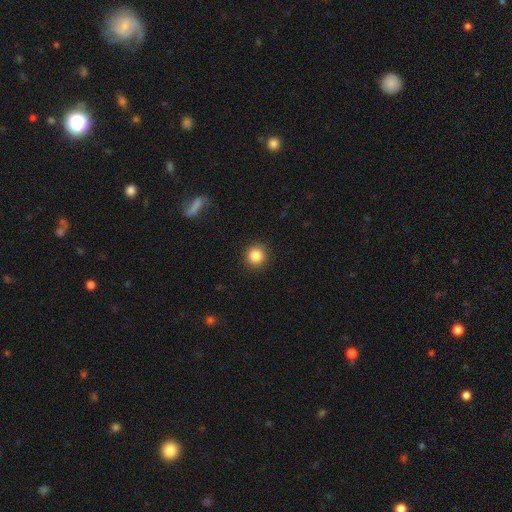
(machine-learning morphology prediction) This appears to be a smooth galaxy with no disk features (86%) that is round (94%). Merging: none (91%).